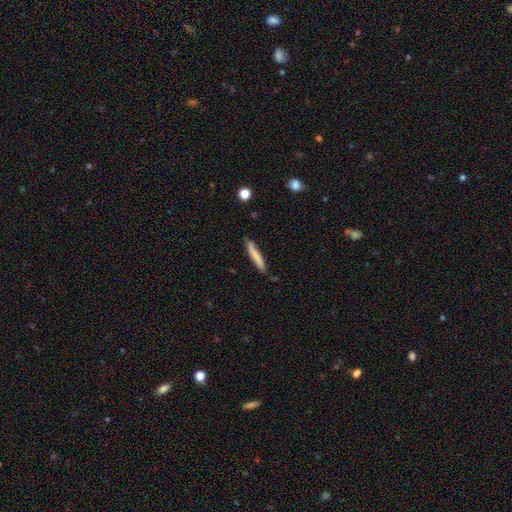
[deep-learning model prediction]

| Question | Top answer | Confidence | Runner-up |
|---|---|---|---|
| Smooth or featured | smooth | 69% | featured or disk (26%) |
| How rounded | cigar-shaped | 92% | in between (7%) |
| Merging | none | 78% | minor disturbance (18%) |